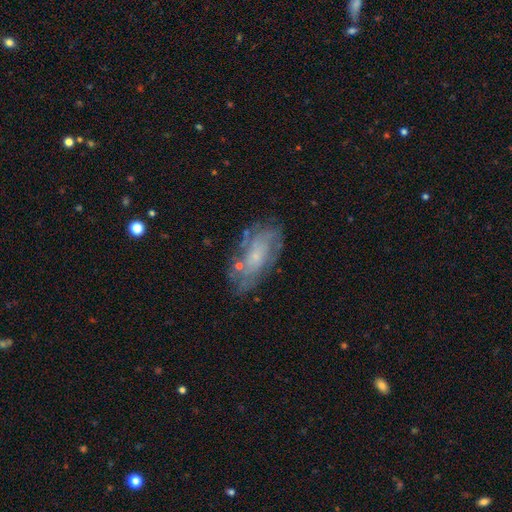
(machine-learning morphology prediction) Q: Smooth or featured?
A: featured or disk (65%); runner-up: smooth (26%)
Q: Edge-on disk?
A: no (91%); runner-up: yes (9%)
Q: Bar?
A: no (74%); runner-up: weak (22%)
Q: Spiral arms?
A: yes (75%); runner-up: no (25%)
Q: Bulge size?
A: small (70%); runner-up: moderate (16%)
Q: Merging?
A: none (68%); runner-up: minor disturbance (19%)